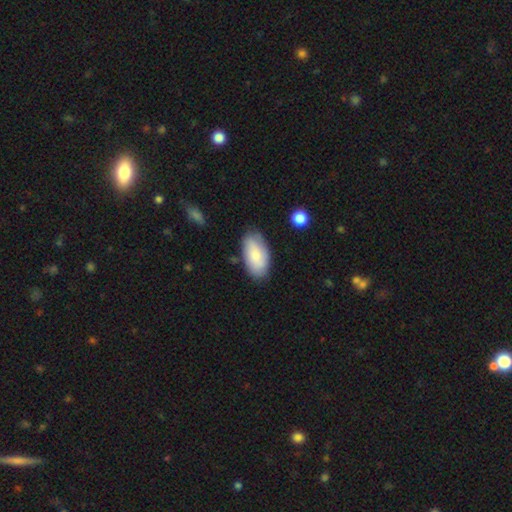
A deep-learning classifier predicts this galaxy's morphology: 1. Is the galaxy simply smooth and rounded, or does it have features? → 76% smooth, 18% featured or disk, 6% star or artifact.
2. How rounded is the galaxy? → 94% in between, 3% cigar-shaped, 3% round.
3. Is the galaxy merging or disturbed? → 76% none, 18% minor disturbance, 4% major disturbance, 3% merger.